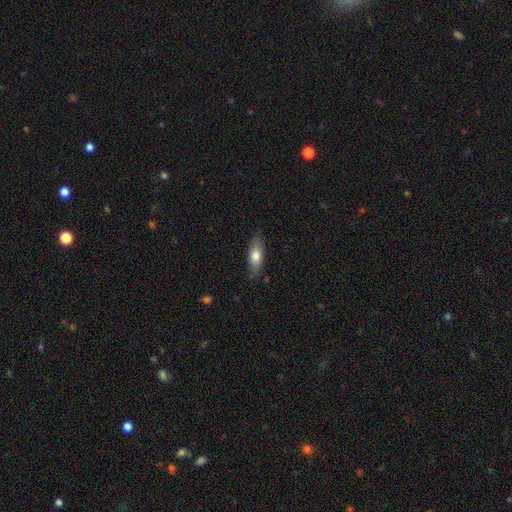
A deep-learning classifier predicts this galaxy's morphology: Smooth or featured?
  - smooth: 75% *
  - featured or disk: 19%
  - star or artifact: 6%
How rounded?
  - in between: 67% *
  - cigar-shaped: 31%
  - round: 2%
Merging?
  - none: 83% *
  - minor disturbance: 13%
  - major disturbance: 3%
  - merger: 1%